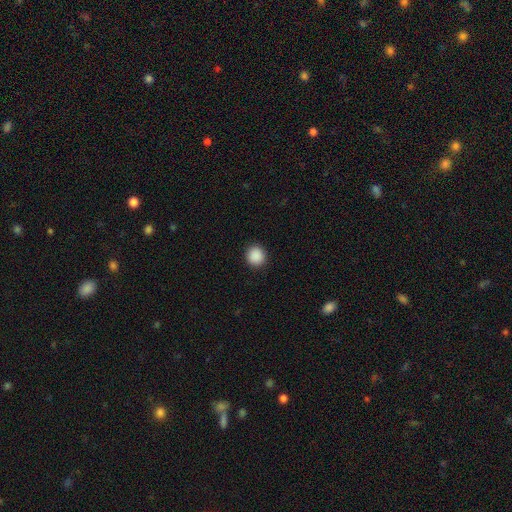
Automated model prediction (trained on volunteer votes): Smooth or featured? smooth (90%)
How rounded? round (91%)
Merging? none (92%)